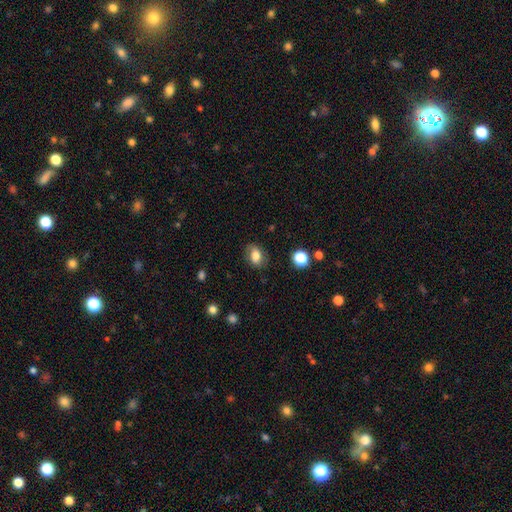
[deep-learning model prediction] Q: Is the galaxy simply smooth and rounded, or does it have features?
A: smooth — 79%.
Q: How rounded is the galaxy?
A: in between — 75%.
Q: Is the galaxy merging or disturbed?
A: none — 80%.